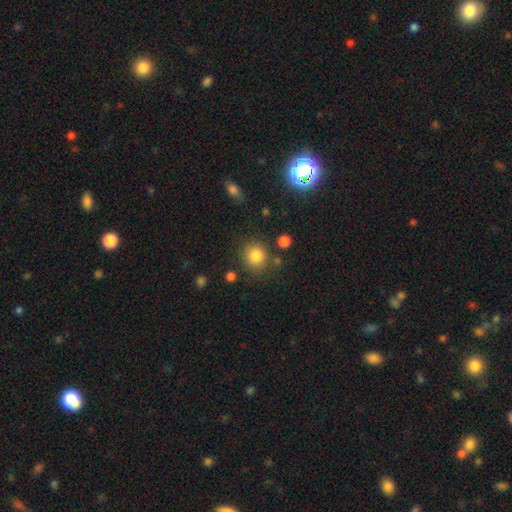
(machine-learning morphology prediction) Smooth or featured? Predicted: smooth (p=0.83). How rounded? Predicted: round (p=0.85). Merging? Predicted: none (p=0.78).